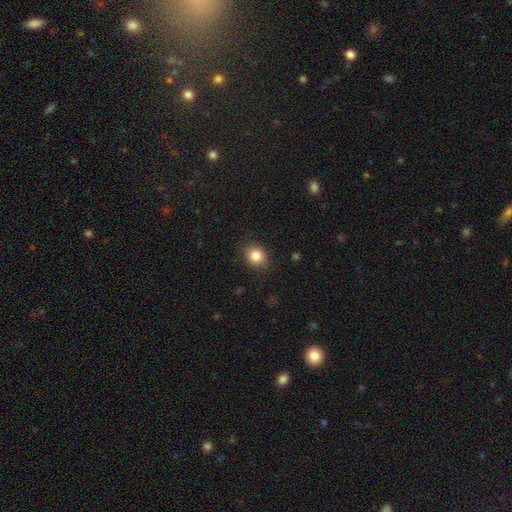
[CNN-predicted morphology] Smooth or featured: smooth — 84% (star or artifact — 10%)
How rounded: round — 65% (in between — 34%)
Merging: none — 86% (minor disturbance — 11%)